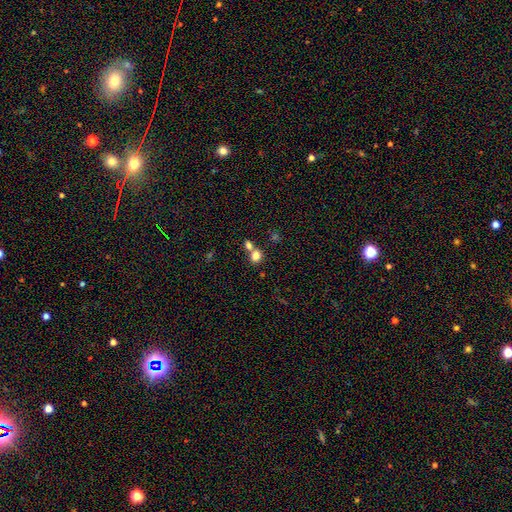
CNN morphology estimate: Smooth or featured: smooth — 80% (star or artifact — 12%)
How rounded: round — 69% (in between — 29%)
Merging: none — 49% (merger — 40%)